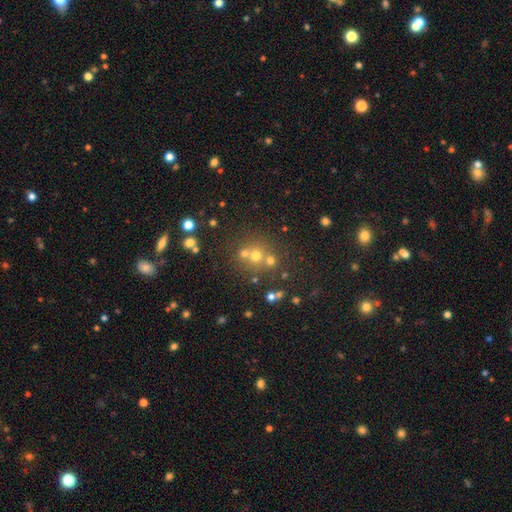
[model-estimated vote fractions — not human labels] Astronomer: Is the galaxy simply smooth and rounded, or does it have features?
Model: smooth — 60%.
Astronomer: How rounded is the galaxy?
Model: round — 87%.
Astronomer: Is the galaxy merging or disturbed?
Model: none — 58%.